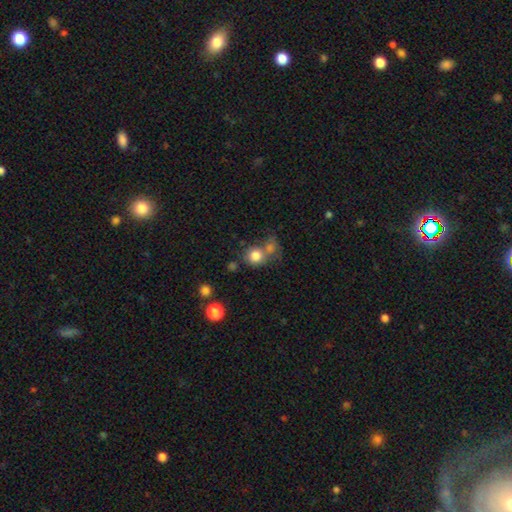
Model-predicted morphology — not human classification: Smooth or featured? smooth (80%)
How rounded? round (83%)
Merging? none (46%)